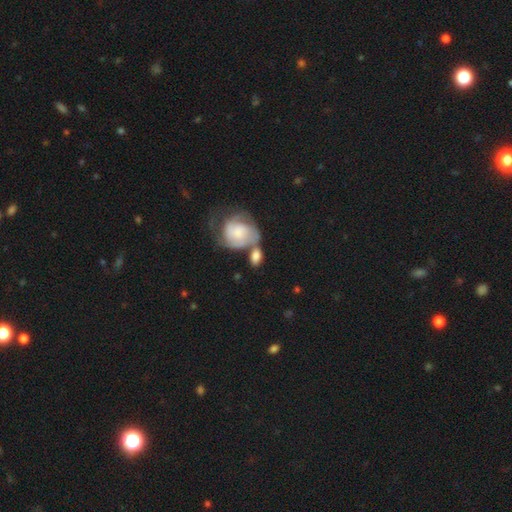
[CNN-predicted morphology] Smooth or featured: smooth — 62% (featured or disk — 31%)
How rounded: in between — 72% (round — 24%)
Merging: merger — 40% (none — 34%)